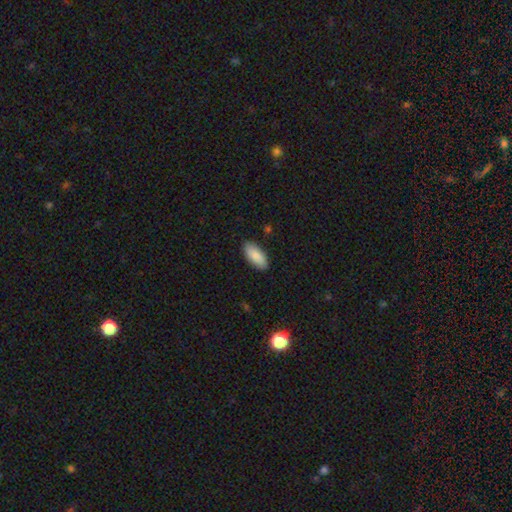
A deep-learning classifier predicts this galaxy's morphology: This appears to be a smooth galaxy with no disk features (87%) that is in between round and cigar-shaped (90%). Merging: none (87%).